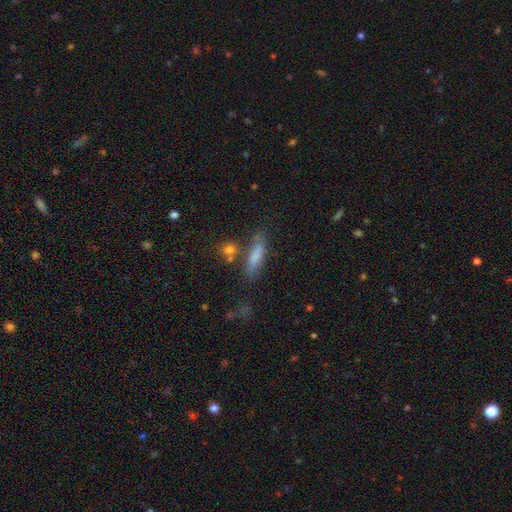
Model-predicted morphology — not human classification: type=smooth (77%); roundness=cigar-shaped (61%); merging=none (69%).